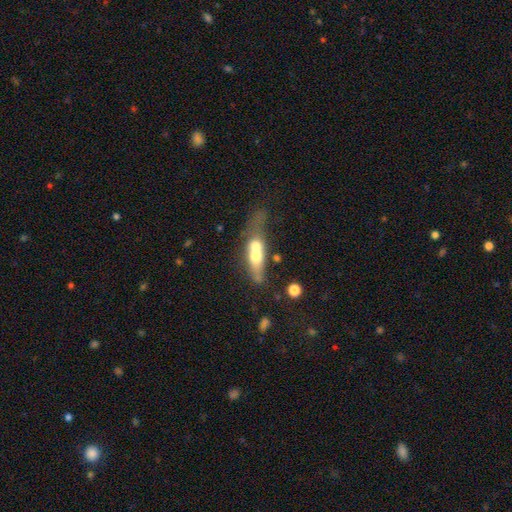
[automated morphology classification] This appears to be a smooth galaxy with no disk features (52%) that is in between round and cigar-shaped (50%). Merging: merger (57%).